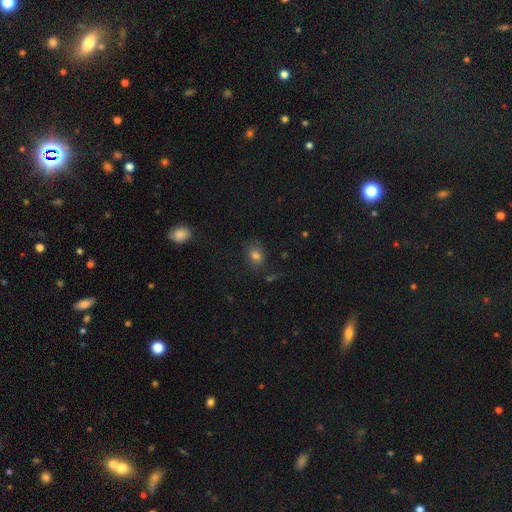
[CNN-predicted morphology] type=smooth (77%); roundness=in between (66%); merging=none (72%).